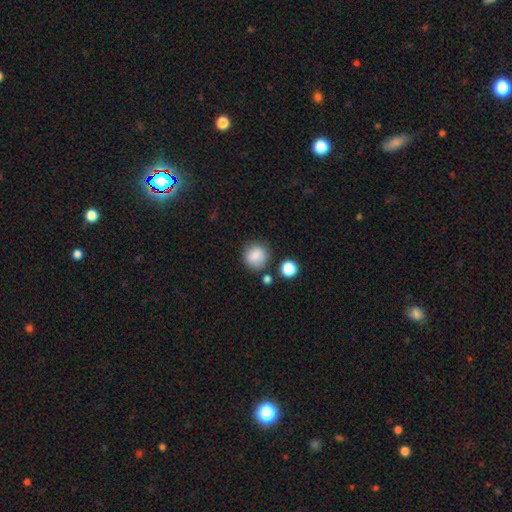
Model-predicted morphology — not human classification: Overall: smooth (85%). How rounded: round (84%). Merging: none (76%).